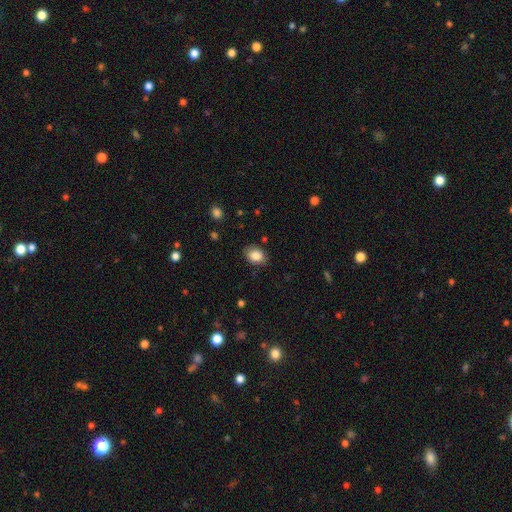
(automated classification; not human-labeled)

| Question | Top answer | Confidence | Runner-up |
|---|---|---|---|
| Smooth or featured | smooth | 86% | star or artifact (8%) |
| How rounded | in between | 73% | round (26%) |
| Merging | none | 83% | minor disturbance (13%) |